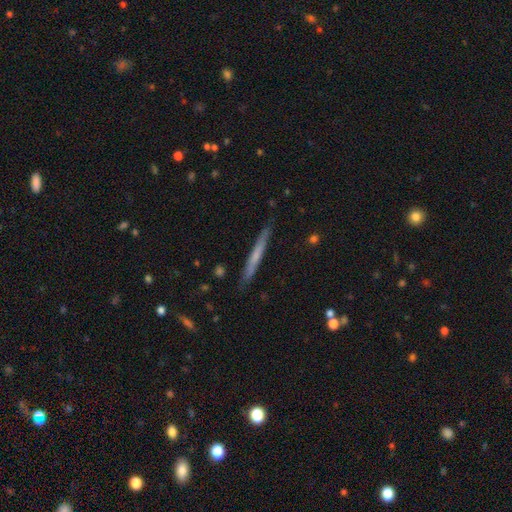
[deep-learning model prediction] A smooth galaxy with no disk features (51%) that is cigar-shaped (96%). Merging: none (88%).